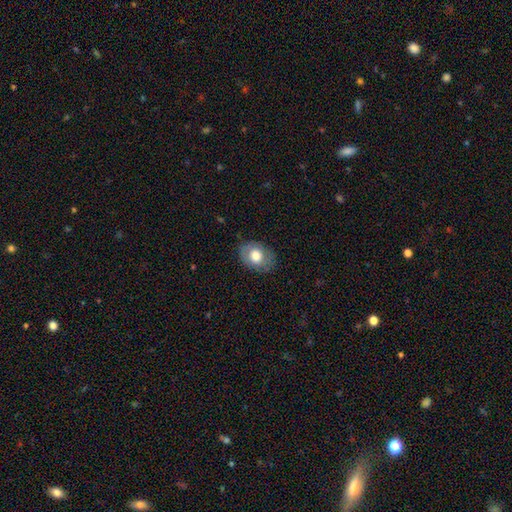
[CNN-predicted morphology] The model was most divided on "how rounded": in between: 67%, round: 32%, cigar-shaped: 1%. More confident: merging — none (78%); smooth or featured — smooth (69%).